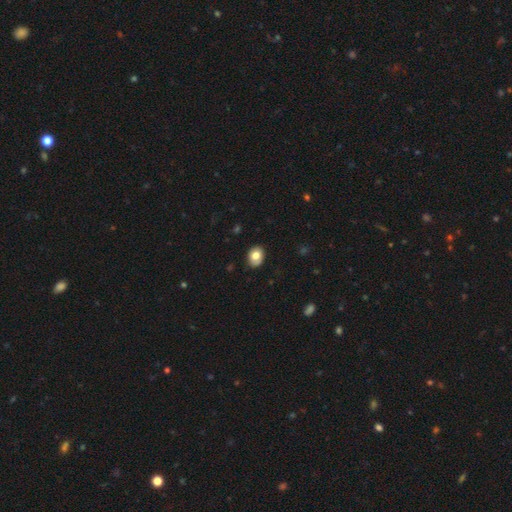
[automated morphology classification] This is likely a smooth galaxy (77%). How rounded: likely in between (60%). Merging: clearly none (84%).